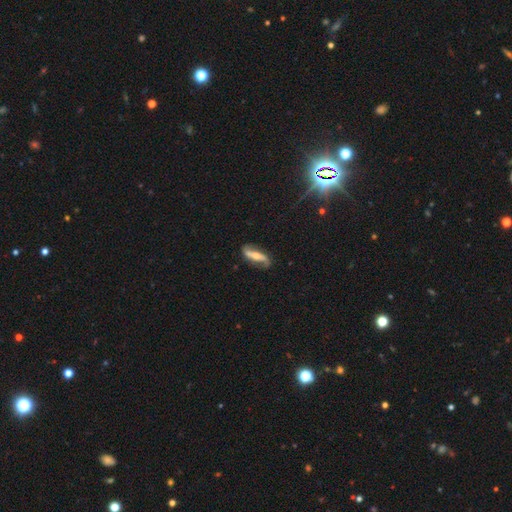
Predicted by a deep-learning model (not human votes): This is likely a featured or disk galaxy (76%). It is clearly not viewed edge-on (81%). Bar: possibly strong (45%). Spiral arm pattern: clearly yes (91%). Spiral arm count: clearly 2 (91%). Spiral winding: likely loose (66%). Central bulge: possibly moderate (55%). Merging: likely none (77%).